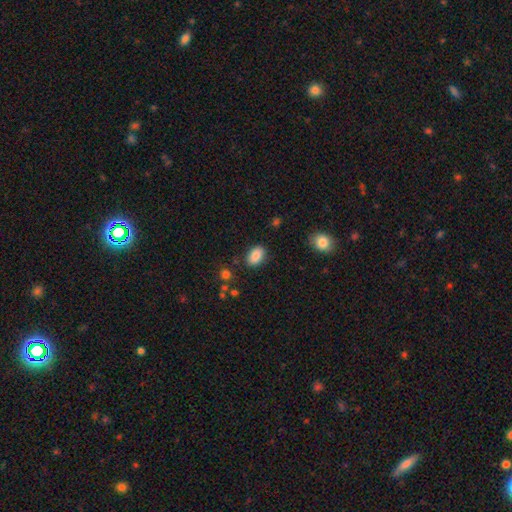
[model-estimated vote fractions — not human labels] Smooth or featured?
  - smooth: 87% *
  - star or artifact: 8%
  - featured or disk: 5%
How rounded?
  - in between: 87% *
  - round: 12%
  - cigar-shaped: 1%
Merging?
  - none: 84% *
  - minor disturbance: 11%
  - major disturbance: 3%
  - merger: 2%